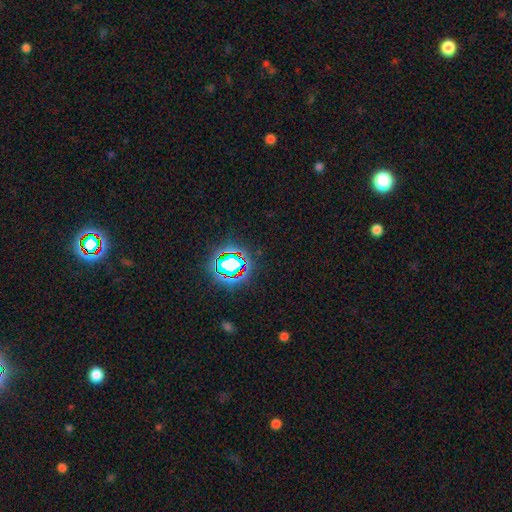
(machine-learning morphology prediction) Q: Smooth or featured?
A: star or artifact (81%); runner-up: smooth (12%)